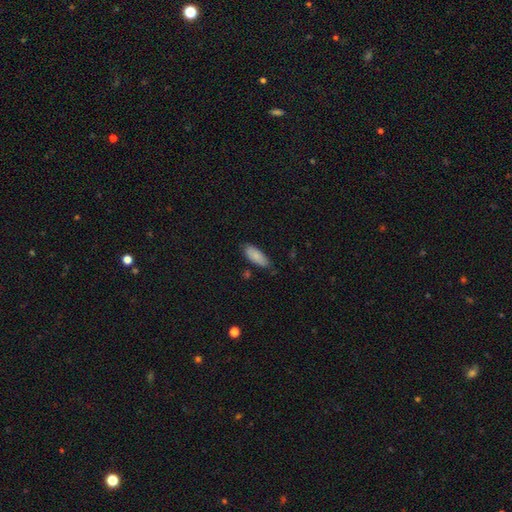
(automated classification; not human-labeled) Morphology: type=smooth (84%); roundness=in between (78%); merging=none (75%).